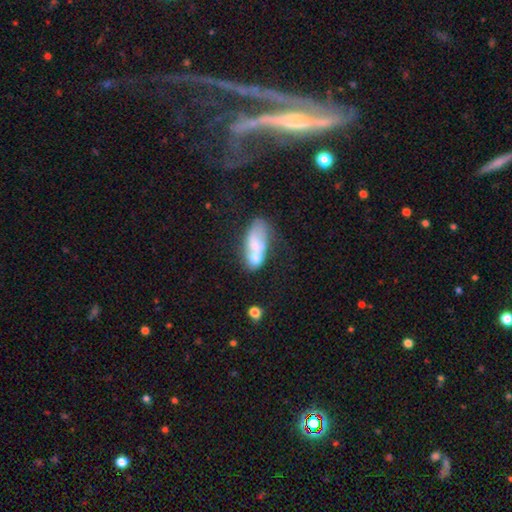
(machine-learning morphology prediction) This is possibly a smooth galaxy (58%). How rounded: clearly in between (82%). Merging: possibly merger (52%).